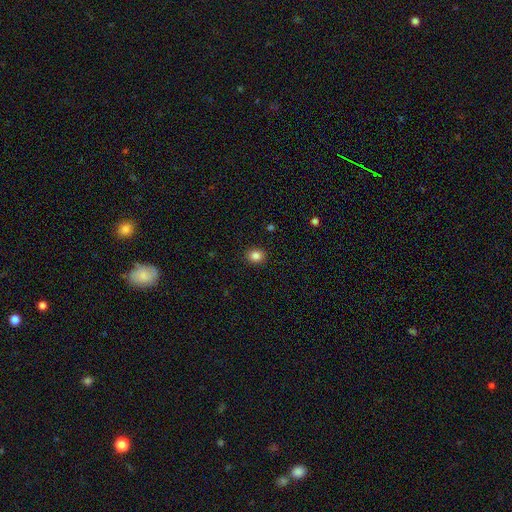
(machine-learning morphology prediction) Smooth or featured: smooth — 85% (star or artifact — 11%)
How rounded: round — 68% (in between — 31%)
Merging: none — 91% (minor disturbance — 6%)